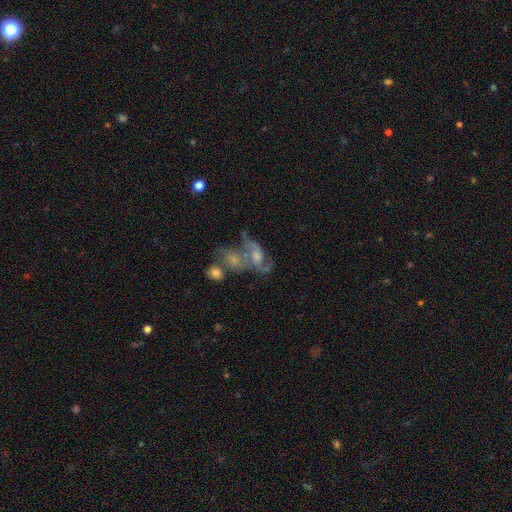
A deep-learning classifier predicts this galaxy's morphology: A featured or disk galaxy (69%) with no bar (64%), 2 (52%) loose (45%) spiral arms (78%) and a moderate central bulge (49%).

Vote fractions:
- Smooth or featured? featured or disk: 69% / smooth: 16% / star or artifact: 14%
- Edge-on disk? no: 95% / yes: 5%
- Bar? no: 64% / weak: 29% / strong: 7%
- Spiral arms? yes: 78% / no: 22%
- Spiral winding? loose: 45% / medium: 40% / tight: 15%
- Spiral arm count? 2: 52% / can't tell: 21% / 3: 11% / 1: 8% / 4: 4% / more than 4: 3%
- Bulge size? moderate: 49% / small: 29% / none: 11% / large: 8% / dominant: 2%
- Merging? merger: 45% / none: 27% / major disturbance: 17% / minor disturbance: 11%